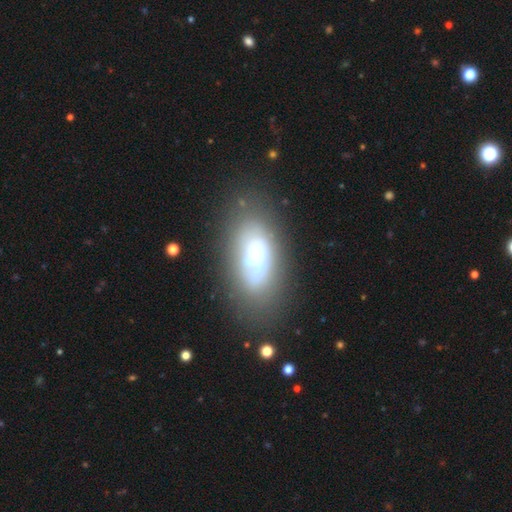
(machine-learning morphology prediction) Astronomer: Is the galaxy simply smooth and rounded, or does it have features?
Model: featured or disk — 55% (runner-up: smooth, 35%).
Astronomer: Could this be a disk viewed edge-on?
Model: no — 90%.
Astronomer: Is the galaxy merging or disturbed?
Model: none — 63%.